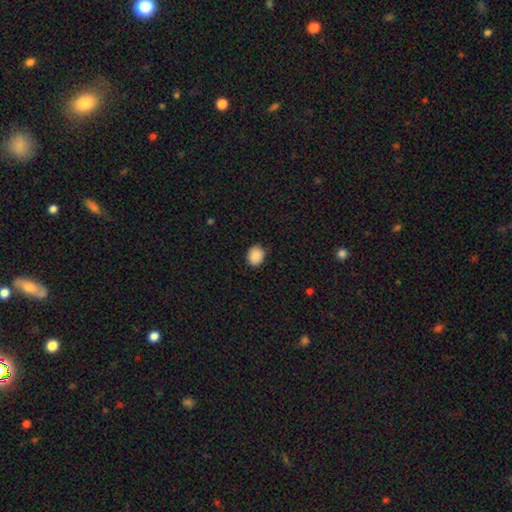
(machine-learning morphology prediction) Smooth or featured?
  - smooth: 89% *
  - star or artifact: 8%
  - featured or disk: 3%
How rounded?
  - round: 66% *
  - in between: 33%
  - cigar-shaped: 1%
Merging?
  - none: 87% *
  - minor disturbance: 10%
  - major disturbance: 2%
  - merger: 1%